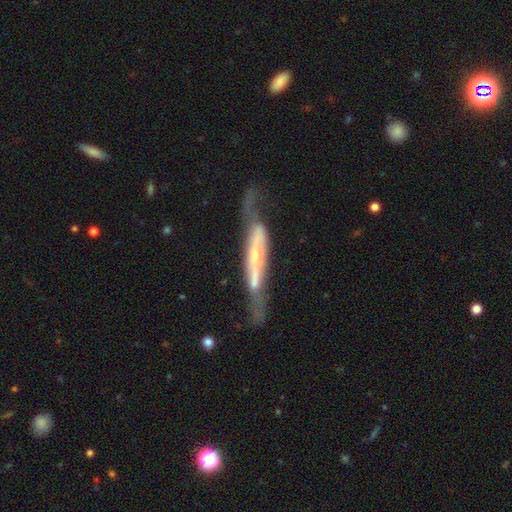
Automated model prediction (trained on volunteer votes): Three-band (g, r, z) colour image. It shows a featured or disk galaxy (76%) viewed edge-on (63%). Merging: none (50%).